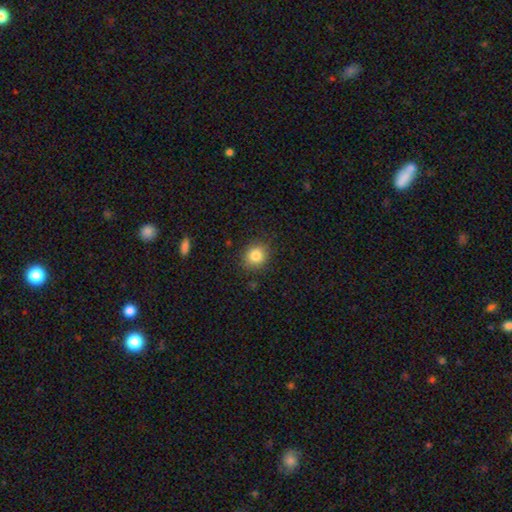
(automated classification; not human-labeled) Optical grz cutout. It shows a smooth galaxy with no disk features (82%) that is round (77%). Merging: none (86%).